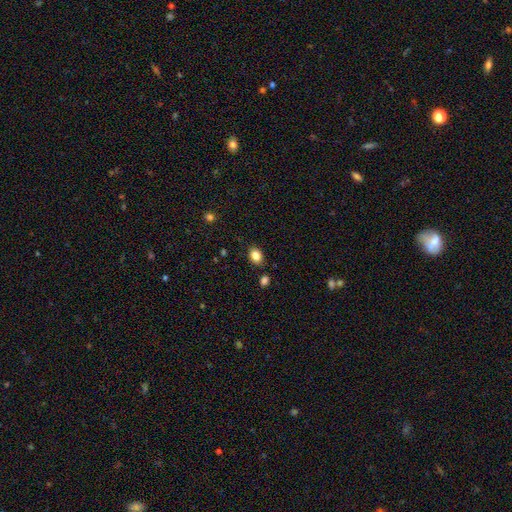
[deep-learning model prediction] smooth-or-featured: smooth: 84% | star or artifact: 10% | featured or disk: 6%
  how-rounded: in between: 65% | round: 34% | cigar-shaped: 1%
  merging: none: 86% | minor disturbance: 9% | merger: 3% | major disturbance: 2%